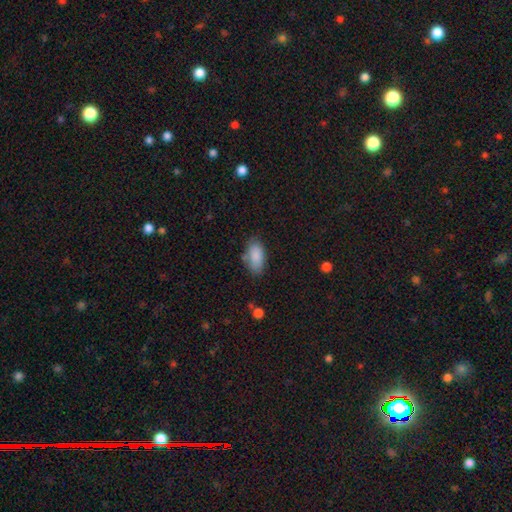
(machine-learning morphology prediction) smooth-or-featured: smooth: 86% | star or artifact: 7% | featured or disk: 7%
  how-rounded: in between: 93% | cigar-shaped: 4% | round: 3%
  merging: none: 70% | minor disturbance: 21% | merger: 5% | major disturbance: 5%